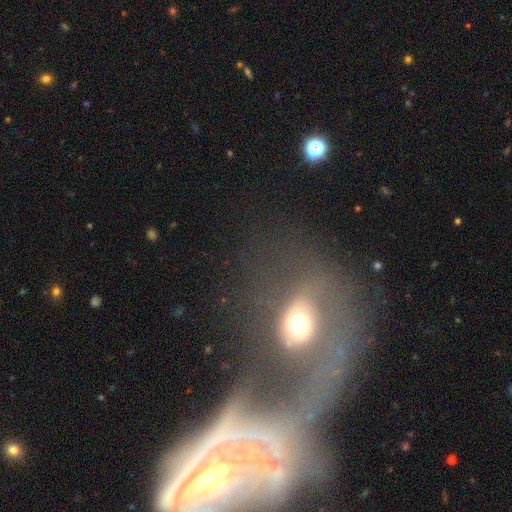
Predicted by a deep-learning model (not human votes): Smooth or featured? Predicted: featured or disk (p=0.54). Edge-on disk? Predicted: no (p=0.88). Merging? Predicted: merger (p=0.48).